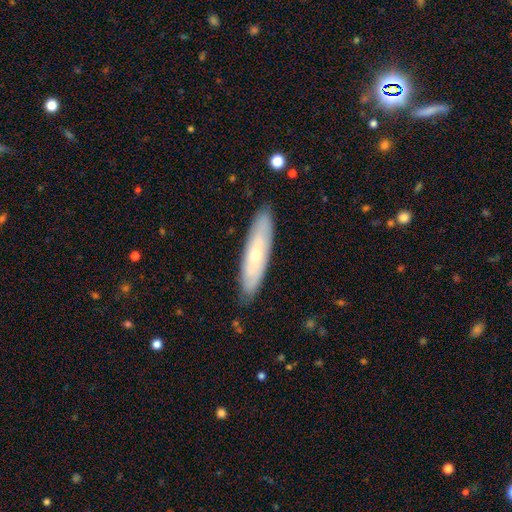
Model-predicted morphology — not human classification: smooth_or_featured: featured or disk (p=0.49) [alt: smooth p=0.45]
merging: none (p=0.85) [alt: minor disturbance p=0.12]